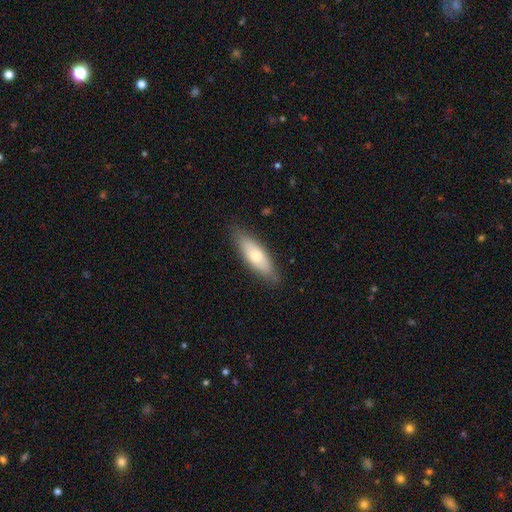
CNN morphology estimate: smooth_or_featured: smooth (p=0.69) [alt: featured or disk p=0.25]
how_rounded: in between (p=0.53) [alt: cigar-shaped p=0.45]
merging: none (p=0.84) [alt: minor disturbance p=0.12]